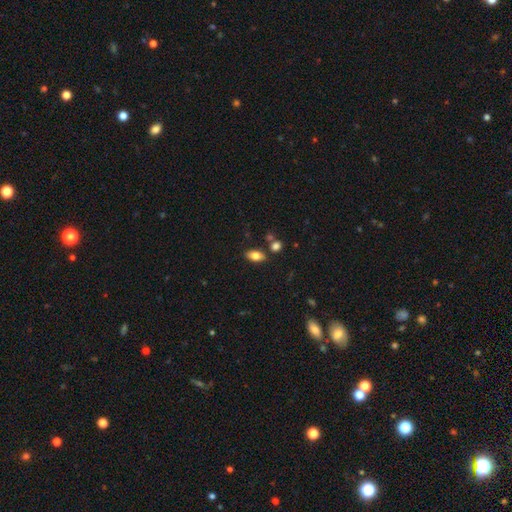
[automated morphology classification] A smooth galaxy with no disk features (81%) that is in between round and cigar-shaped (89%). Merging: none (80%).